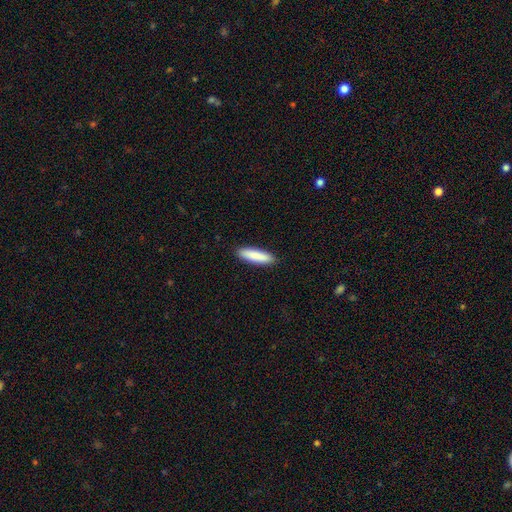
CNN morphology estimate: A smooth galaxy with no disk features (87%) that is cigar-shaped (73%).

Vote fractions:
- Smooth or featured? smooth: 87% / featured or disk: 7% / star or artifact: 5%
- How rounded? cigar-shaped: 73% / in between: 26% / round: 1%
- Merging? none: 91% / minor disturbance: 7% / major disturbance: 1% / merger: 1%